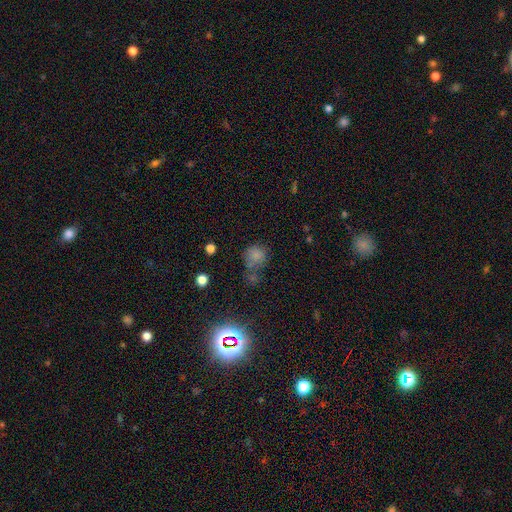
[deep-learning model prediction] A smooth galaxy with no disk features (72%) that is round (78%).

Vote fractions:
- Smooth or featured? smooth: 72% / star or artifact: 19% / featured or disk: 9%
- How rounded? round: 78% / in between: 21% / cigar-shaped: 1%
- Merging? none: 49% / merger: 23% / minor disturbance: 18% / major disturbance: 11%